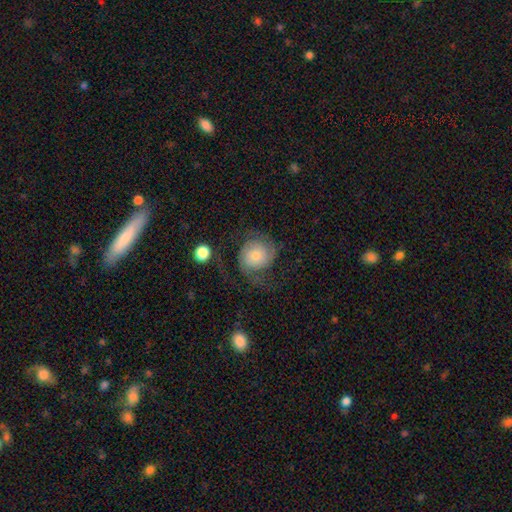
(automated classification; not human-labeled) Smooth or featured? featured or disk (66%)
Edge-on disk? no (98%)
Bar? no (79%)
Spiral arms? yes (92%)
Spiral winding? medium (40%)
Spiral arm count? 2 (76%)
Bulge size? small (51%)
Merging? none (61%)